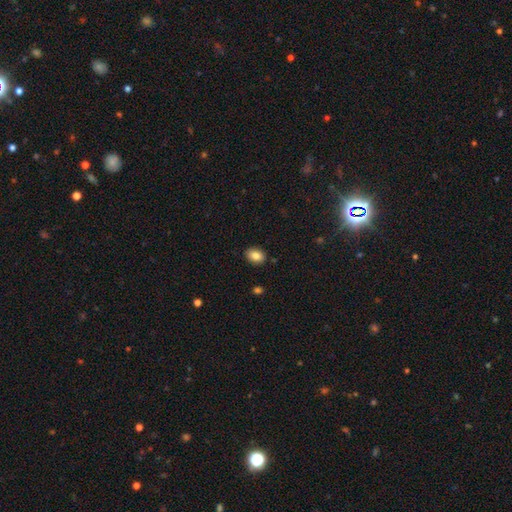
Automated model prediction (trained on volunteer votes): This is clearly a smooth galaxy (85%). How rounded: likely in between (76%). Merging: clearly none (88%).